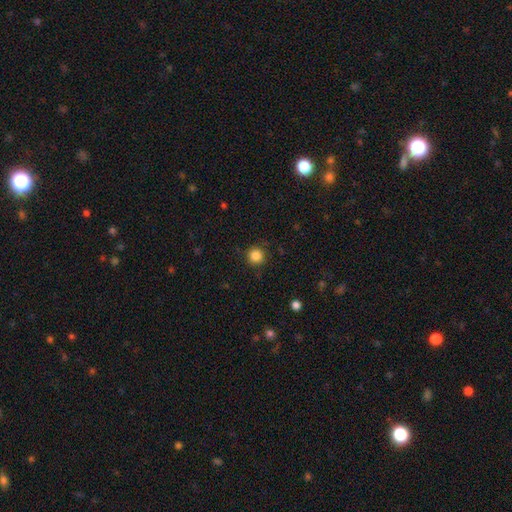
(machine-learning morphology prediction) Smooth or featured? Predicted: smooth (p=0.85). How rounded? Predicted: round (p=0.95). Merging? Predicted: none (p=0.90).